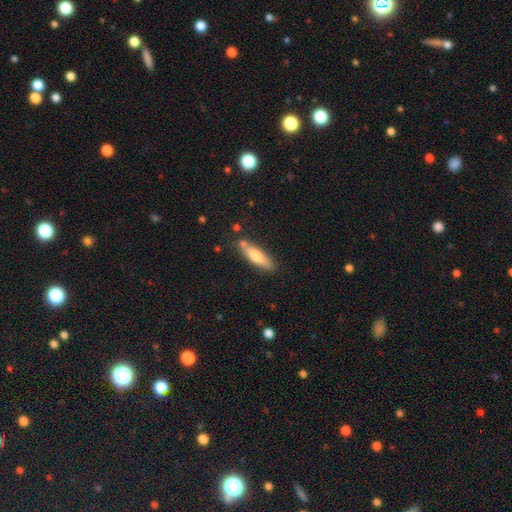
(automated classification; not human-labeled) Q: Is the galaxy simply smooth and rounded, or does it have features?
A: smooth — 67%.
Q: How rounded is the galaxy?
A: cigar-shaped — 62%.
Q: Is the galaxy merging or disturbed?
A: none — 77%.